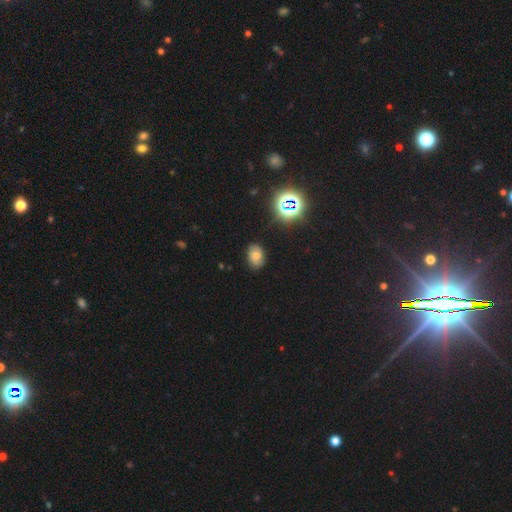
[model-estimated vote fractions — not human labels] A smooth galaxy with no disk features (58%) that is in between round and cigar-shaped (76%).

Vote fractions:
- Smooth or featured? smooth: 58% / featured or disk: 23% / star or artifact: 19%
- How rounded? in between: 76% / round: 23% / cigar-shaped: 1%
- Merging? none: 79% / minor disturbance: 16% / major disturbance: 4% / merger: 1%